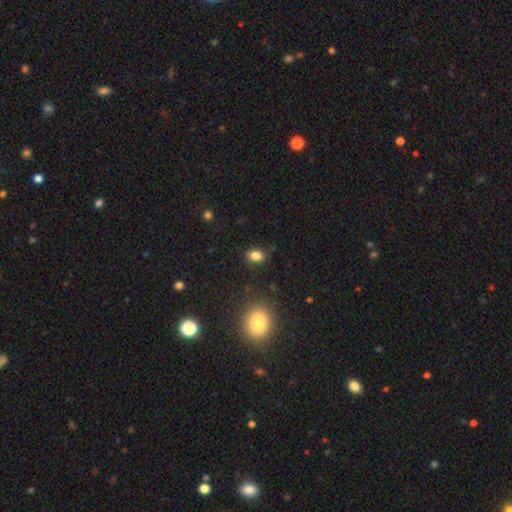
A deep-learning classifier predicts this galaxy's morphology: type=smooth (83%); roundness=in between (78%); merging=none (85%).